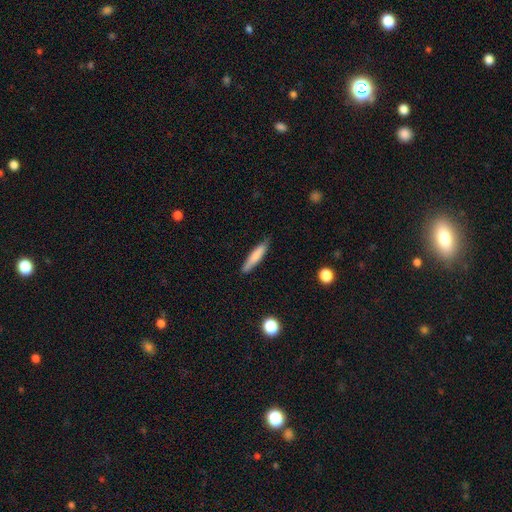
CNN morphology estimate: smooth_or_featured: smooth (p=0.76) [alt: featured or disk p=0.18]
how_rounded: cigar-shaped (p=0.86) [alt: in between p=0.12]
merging: none (p=0.82) [alt: minor disturbance p=0.14]